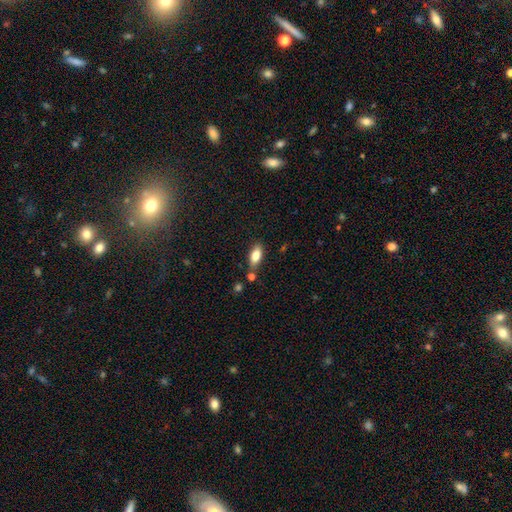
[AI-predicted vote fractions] This appears to be a smooth galaxy with no disk features (80%) that is in between round and cigar-shaped (85%). Merging: none (74%).